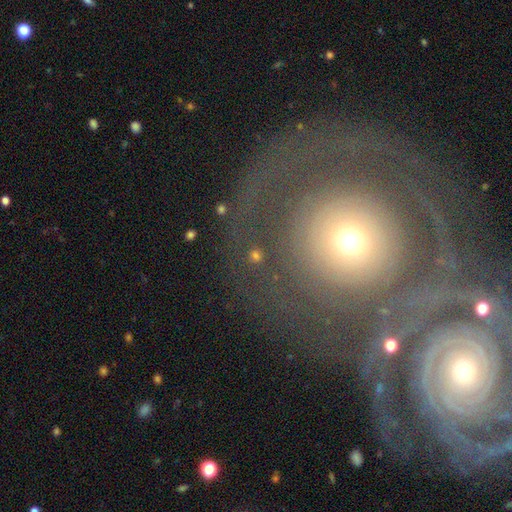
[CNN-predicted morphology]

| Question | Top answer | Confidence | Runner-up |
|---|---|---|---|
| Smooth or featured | featured or disk | 48% | smooth (38%) |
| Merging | none | 54% | major disturbance (25%) |